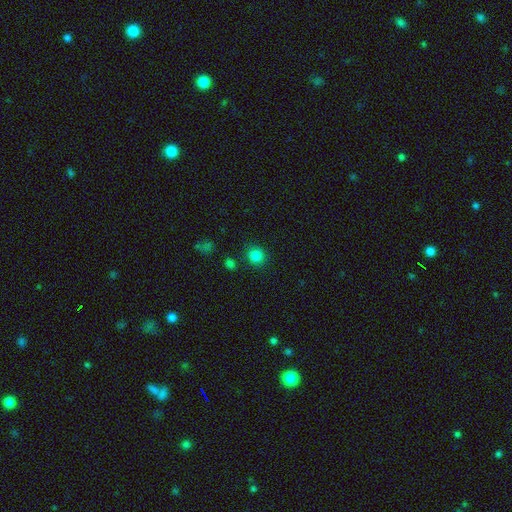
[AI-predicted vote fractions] This appears to be a smooth galaxy with no disk features (83%) that is round (90%). Merging: none (86%).